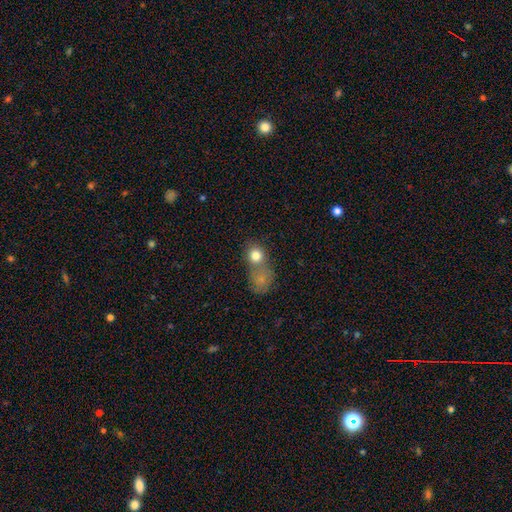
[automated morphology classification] The model was most divided on "merging": merger: 44%, none: 42%, minor disturbance: 9%, major disturbance: 5%. More confident: smooth or featured — smooth (81%); how rounded — round (76%).